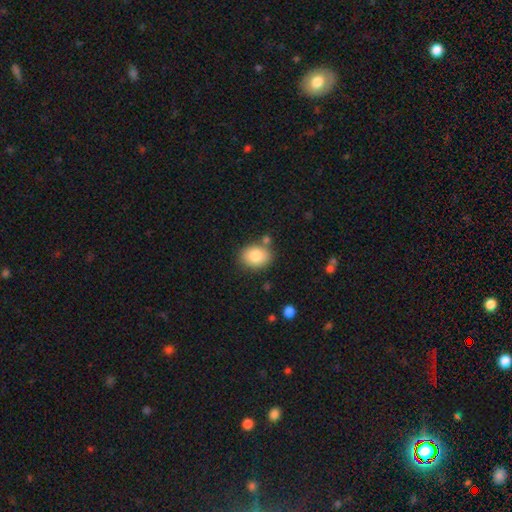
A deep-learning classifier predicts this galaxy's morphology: The model was most divided on "how rounded": in between: 62%, round: 37%, cigar-shaped: 1%. More confident: smooth or featured — smooth (84%); merging — none (75%).